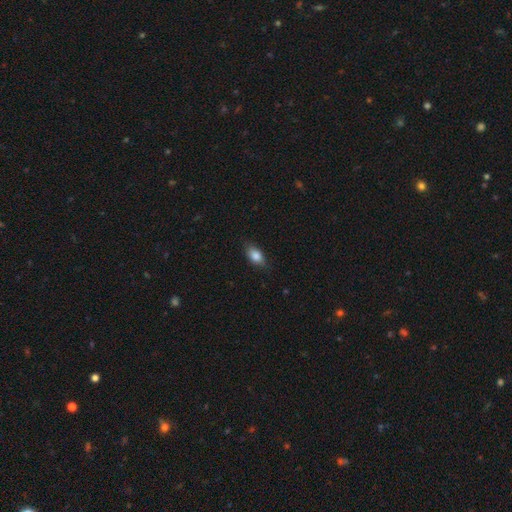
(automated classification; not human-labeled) The model was most divided on "merging": none: 81%, minor disturbance: 15%, major disturbance: 3%, merger: 1%. More confident: how rounded — in between (87%); smooth or featured — smooth (83%).